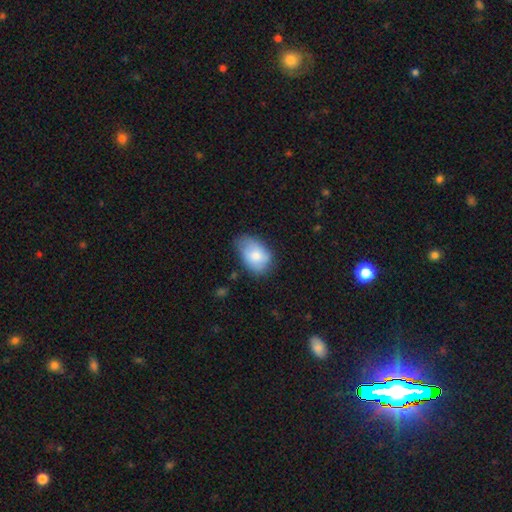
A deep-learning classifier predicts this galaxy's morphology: The model was most divided on "merging": none: 55%, minor disturbance: 35%, major disturbance: 9%, merger: 2%. More confident: how rounded — in between (86%); smooth or featured — smooth (77%).